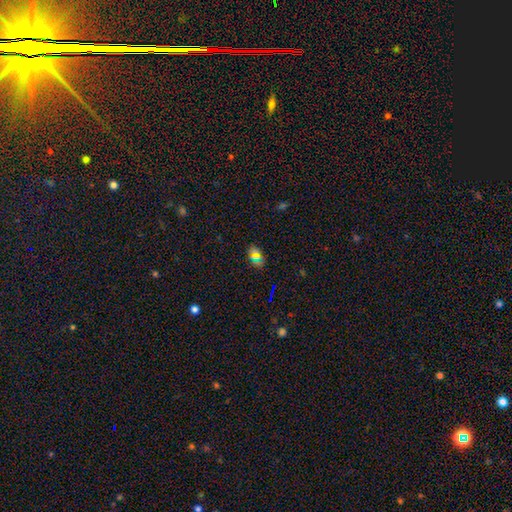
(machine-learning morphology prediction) The model was most divided on "smooth or featured": smooth: 50%, star or artifact: 40%, featured or disk: 10%. More confident: merging — none (82%); how rounded — in between (67%).